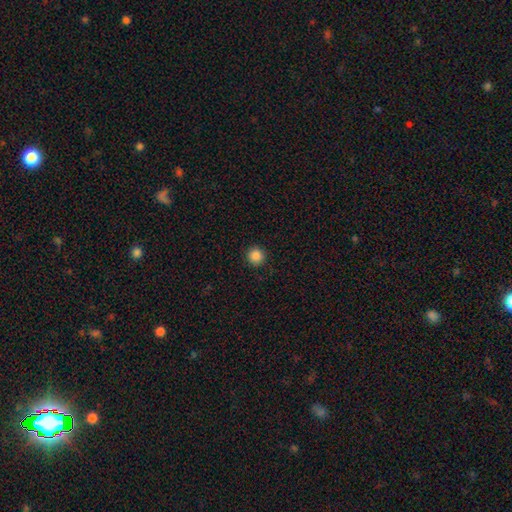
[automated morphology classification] Q: Smooth or featured?
A: smooth (86%); runner-up: star or artifact (10%)
Q: How rounded?
A: round (95%); runner-up: in between (4%)
Q: Merging?
A: none (93%); runner-up: minor disturbance (5%)